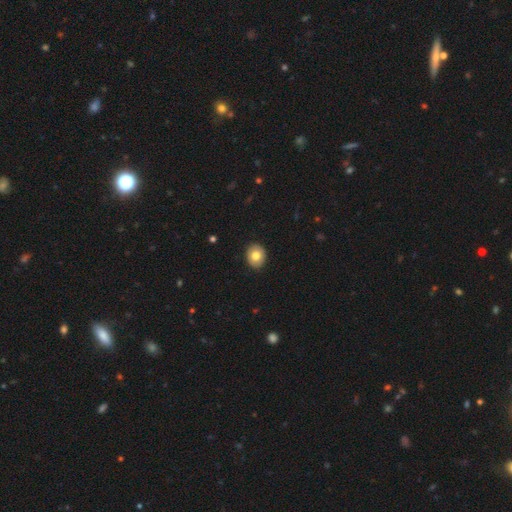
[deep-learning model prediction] Morphology: type=smooth (78%); roundness=round (59%); merging=none (90%).